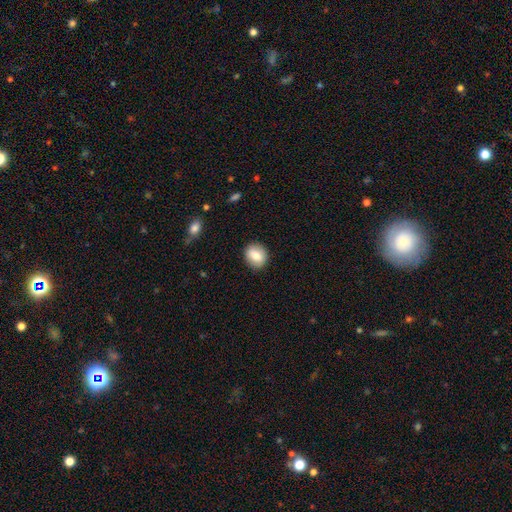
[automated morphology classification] This appears to be a smooth galaxy with no disk features (79%) that is round (63%). Merging: none (88%).